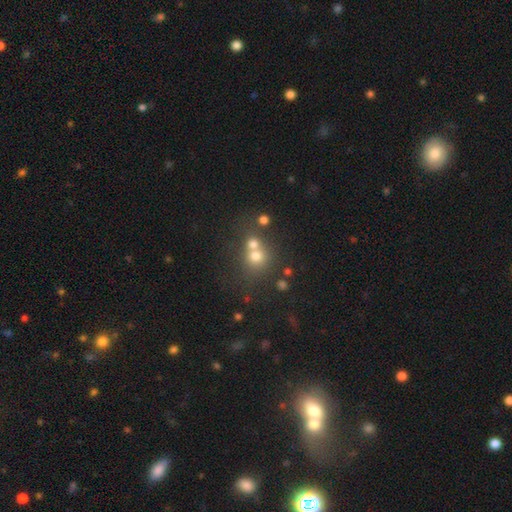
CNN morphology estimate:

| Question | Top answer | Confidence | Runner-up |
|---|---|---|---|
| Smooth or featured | smooth | 69% | star or artifact (17%) |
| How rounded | round | 85% | in between (14%) |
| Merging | merger | 48% | none (42%) |